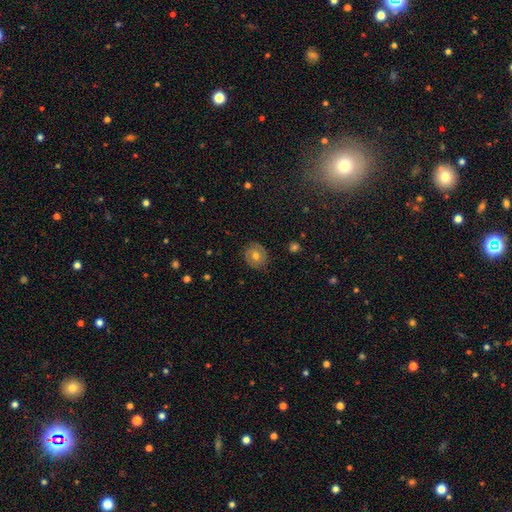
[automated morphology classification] Smooth or featured: smooth — 55% (featured or disk — 35%)
How rounded: round — 79% (in between — 20%)
Merging: none — 84% (minor disturbance — 12%)